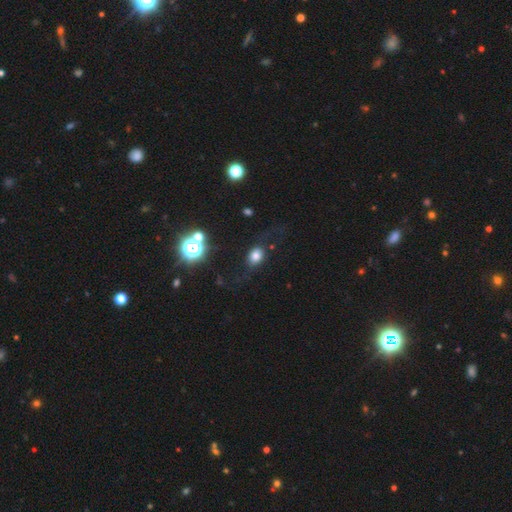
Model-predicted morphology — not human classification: Smooth or featured?
  - smooth: 73% *
  - star or artifact: 15%
  - featured or disk: 12%
How rounded?
  - in between: 62% *
  - round: 37%
  - cigar-shaped: 2%
Merging?
  - none: 69% *
  - minor disturbance: 16%
  - major disturbance: 12%
  - merger: 3%